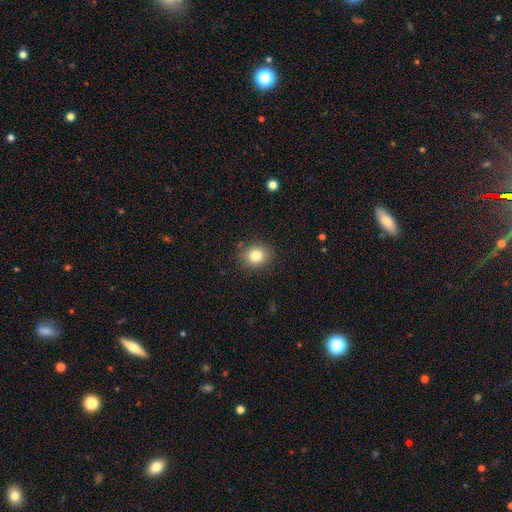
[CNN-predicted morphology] smooth-or-featured: smooth: 82% | star or artifact: 11% | featured or disk: 7%
  how-rounded: round: 72% | in between: 27% | cigar-shaped: 1%
  merging: none: 86% | minor disturbance: 9% | major disturbance: 3% | merger: 2%